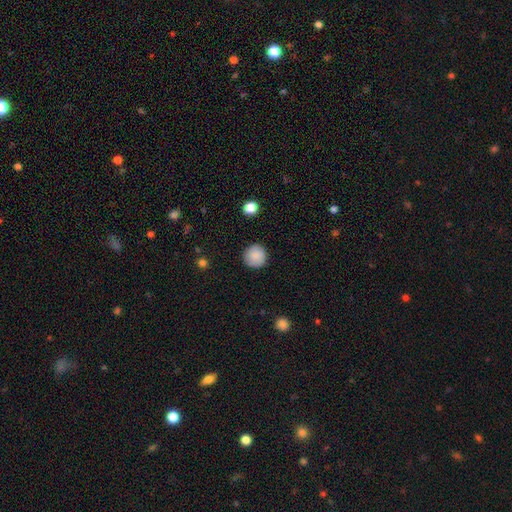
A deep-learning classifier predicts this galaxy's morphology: Smooth or featured? Predicted: smooth (p=0.88). How rounded? Predicted: round (p=0.95). Merging? Predicted: none (p=0.90).